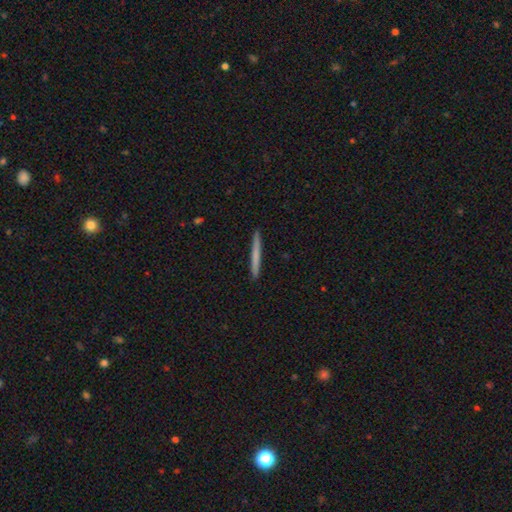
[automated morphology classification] smooth_or_featured: smooth (p=0.66) [alt: featured or disk p=0.29]
how_rounded: cigar-shaped (p=0.97) [alt: in between p=0.02]
merging: none (p=0.93) [alt: minor disturbance p=0.05]